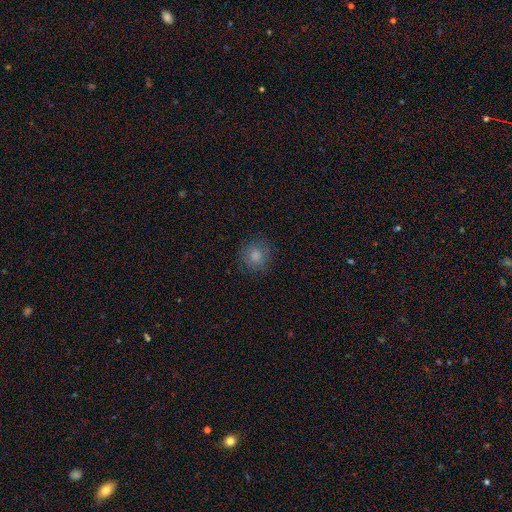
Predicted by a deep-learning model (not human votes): This appears to be a smooth galaxy with no disk features (82%) that is round (90%). Merging: none (83%).